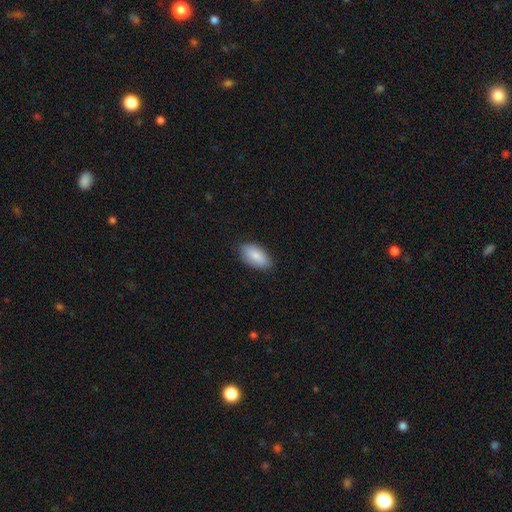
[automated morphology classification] Q: Smooth or featured?
A: smooth (84%); runner-up: featured or disk (10%)
Q: How rounded?
A: in between (93%); runner-up: cigar-shaped (5%)
Q: Merging?
A: none (83%); runner-up: minor disturbance (13%)